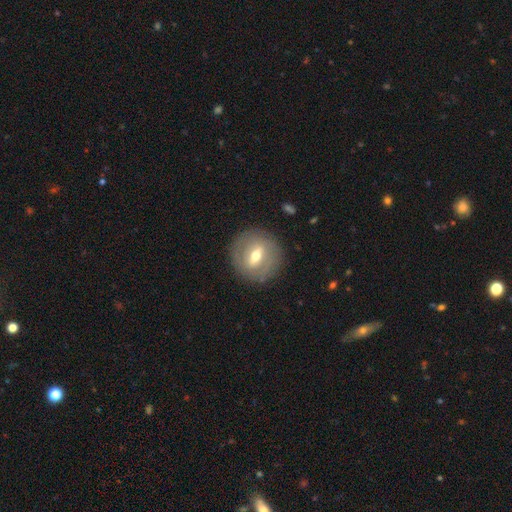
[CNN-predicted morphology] Q: Smooth or featured?
A: featured or disk (61%); runner-up: smooth (32%)
Q: Edge-on disk?
A: no (89%); runner-up: yes (11%)
Q: Bar?
A: weak (47%); runner-up: strong (38%)
Q: Spiral arms?
A: no (64%); runner-up: yes (36%)
Q: Bulge size?
A: moderate (70%); runner-up: small (23%)
Q: Merging?
A: none (86%); runner-up: minor disturbance (9%)